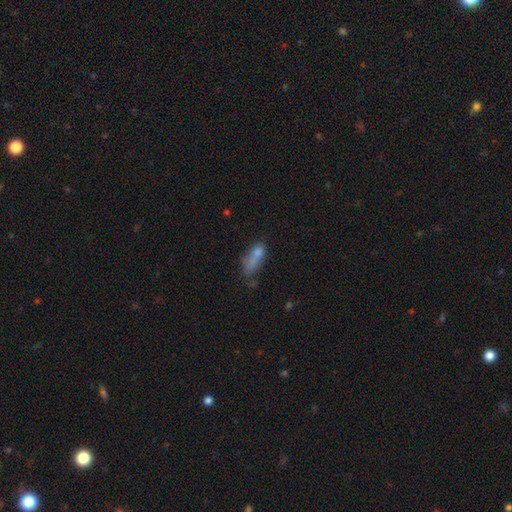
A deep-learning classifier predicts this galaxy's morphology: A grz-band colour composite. It shows a smooth galaxy with no disk features (70%) that is in between round and cigar-shaped (63%). Merging: none (32%).